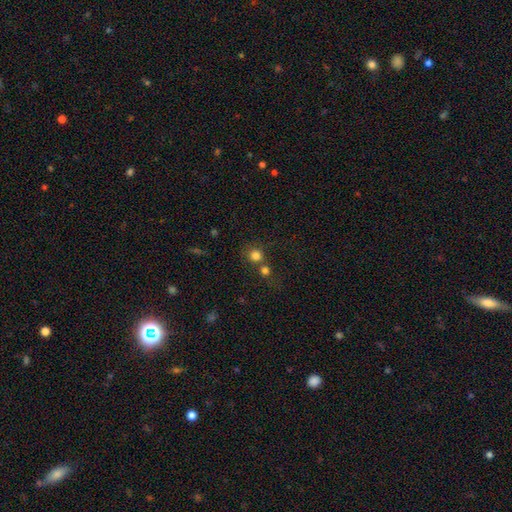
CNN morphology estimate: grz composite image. It shows a smooth galaxy with no disk features (79%) that is round (90%). Merging: none (57%).